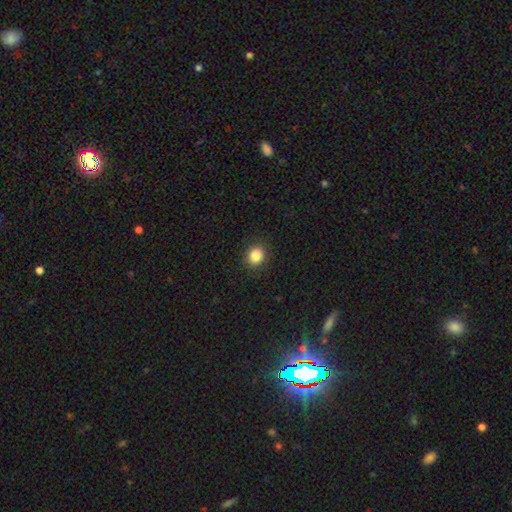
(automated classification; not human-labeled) Overall: smooth (85%). How rounded: round (78%). Merging: none (90%).